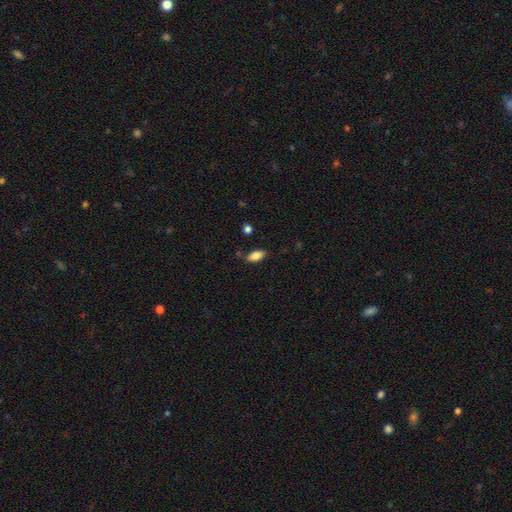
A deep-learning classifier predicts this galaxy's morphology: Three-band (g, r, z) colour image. It shows a smooth galaxy with no disk features (83%) that is in between round and cigar-shaped (88%). Merging: none (76%).